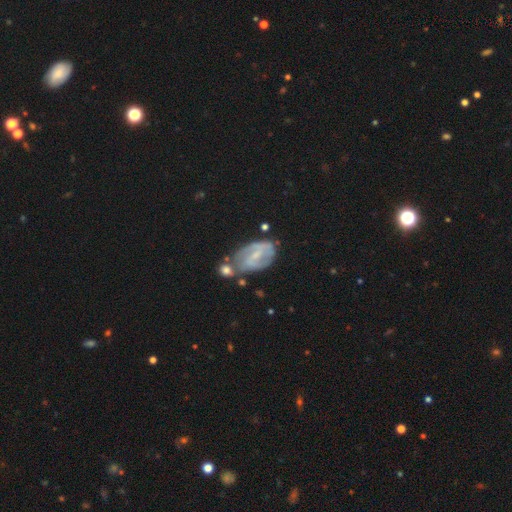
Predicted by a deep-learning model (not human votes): Overall: featured or disk (70%). Edge-on disk: no (95%). Bar: weak (52%; no 25%). Spiral arms: yes (80%). Spiral arm count: 2 (61%; can't tell 25%). Spiral winding: medium (40%; tight 39%). Bulge size: small (63%). Merging: none (44%; minor disturbance 24%).